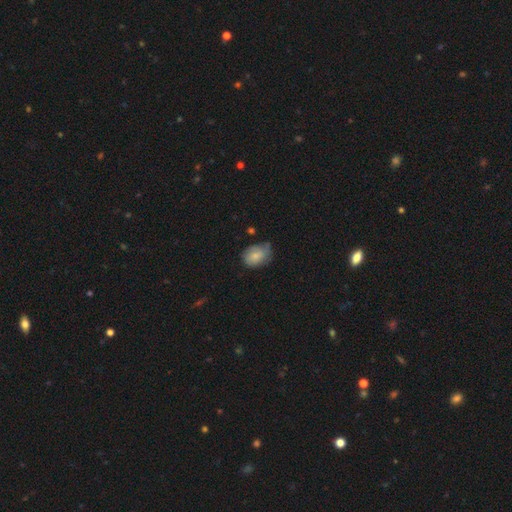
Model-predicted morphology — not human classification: Smooth or featured? smooth (76%)
How rounded? in between (72%)
Merging? none (51%)